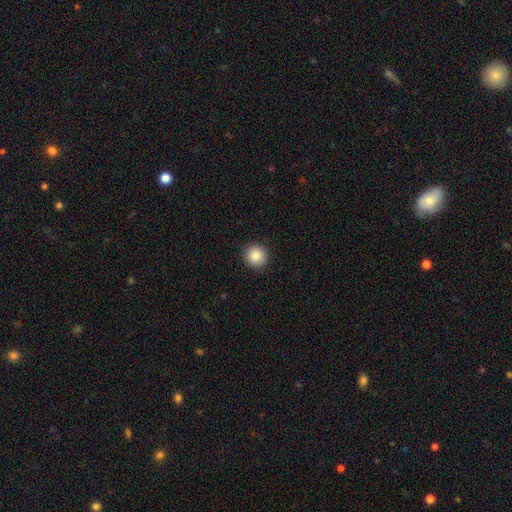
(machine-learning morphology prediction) Smooth or featured? Predicted: smooth (p=0.88). How rounded? Predicted: round (p=0.94). Merging? Predicted: none (p=0.92).